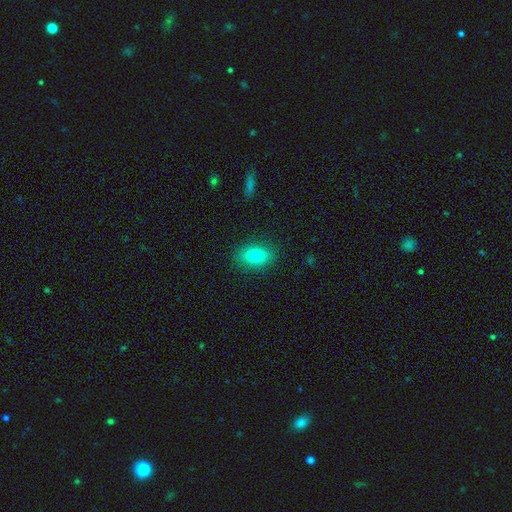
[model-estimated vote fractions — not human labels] A smooth galaxy with no disk features (79%) that is in between round and cigar-shaped (81%).

Vote fractions:
- Smooth or featured? smooth: 79% / featured or disk: 12% / star or artifact: 10%
- How rounded? in between: 81% / round: 16% / cigar-shaped: 3%
- Merging? none: 88% / minor disturbance: 9% / major disturbance: 3% / merger: 1%